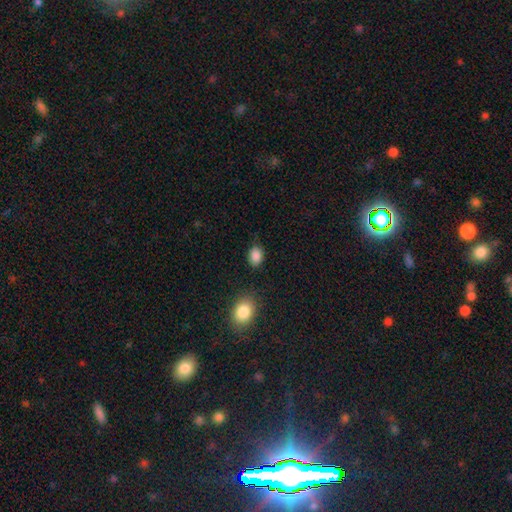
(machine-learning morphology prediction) The model was most divided on "how rounded": in between: 66%, round: 33%, cigar-shaped: 1%. More confident: smooth or featured — smooth (87%); merging — none (79%).